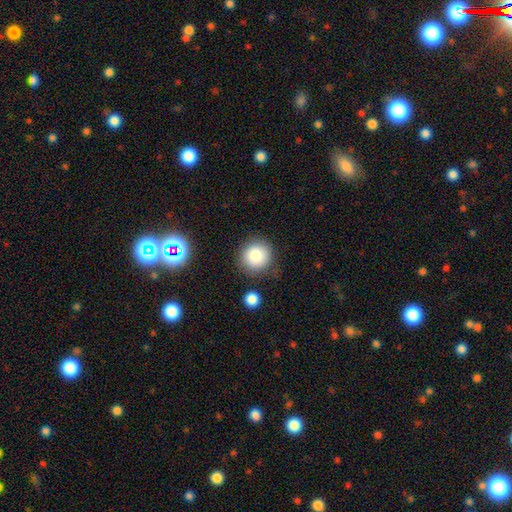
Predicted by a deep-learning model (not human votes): Overall: smooth (85%). How rounded: round (91%). Merging: none (82%).